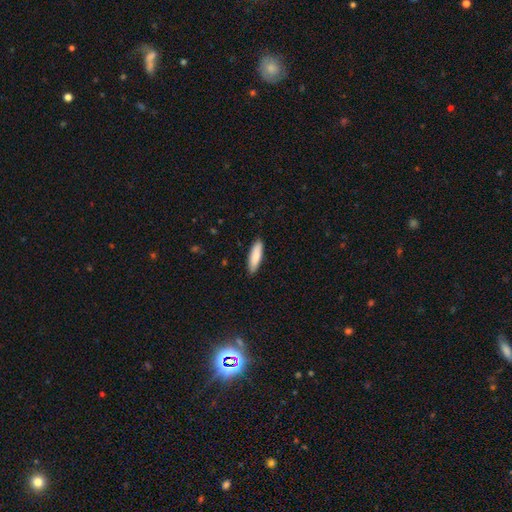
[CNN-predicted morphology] Smooth or featured? smooth (86%)
How rounded? cigar-shaped (59%)
Merging? none (89%)